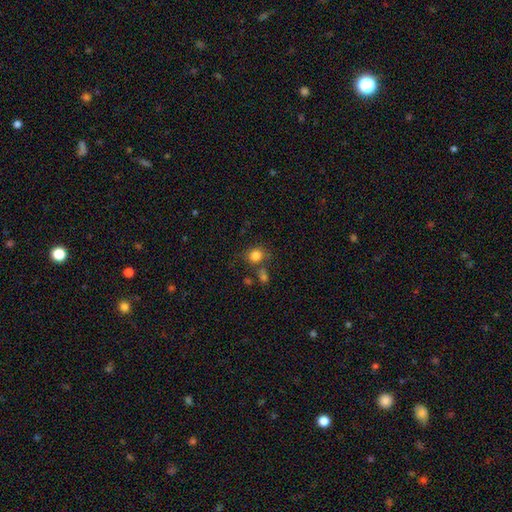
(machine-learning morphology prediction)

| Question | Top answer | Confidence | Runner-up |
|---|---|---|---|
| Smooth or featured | smooth | 82% | star or artifact (12%) |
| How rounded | round | 73% | in between (26%) |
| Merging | none | 66% | minor disturbance (14%) |